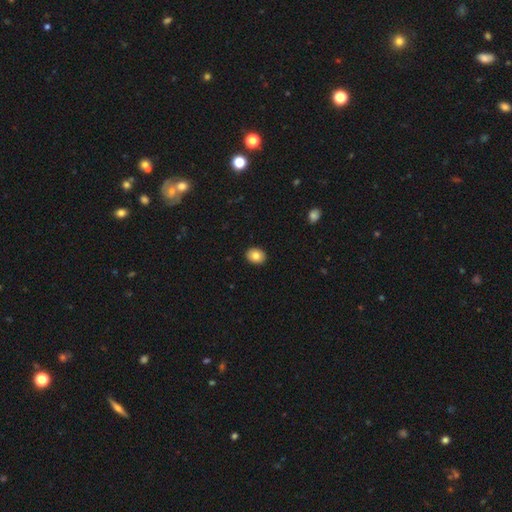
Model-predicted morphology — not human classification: Smooth or featured: smooth — 83% (star or artifact — 9%)
How rounded: round — 53% (in between — 46%)
Merging: none — 91% (minor disturbance — 6%)